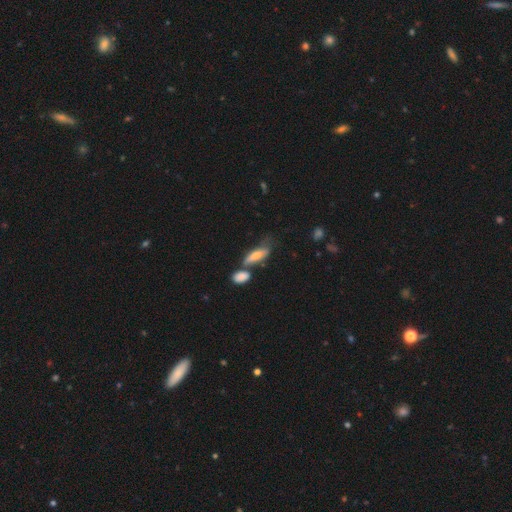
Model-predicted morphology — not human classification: The model was most divided on "merging": none: 39%, merger: 32%, minor disturbance: 20%, major disturbance: 10%. More confident: smooth or featured — smooth (63%); how rounded — in between (60%).